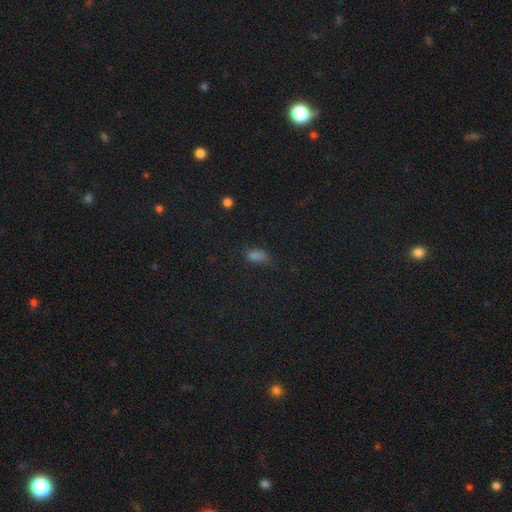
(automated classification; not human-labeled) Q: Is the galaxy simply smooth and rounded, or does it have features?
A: smooth — 72%.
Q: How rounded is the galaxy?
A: in between — 83%.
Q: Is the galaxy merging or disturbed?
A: none — 58%.